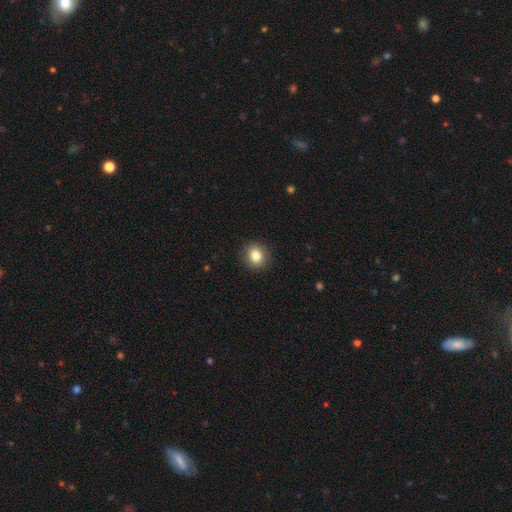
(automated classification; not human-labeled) This appears to be a smooth galaxy with no disk features (82%) that is round (85%). Merging: none (91%).